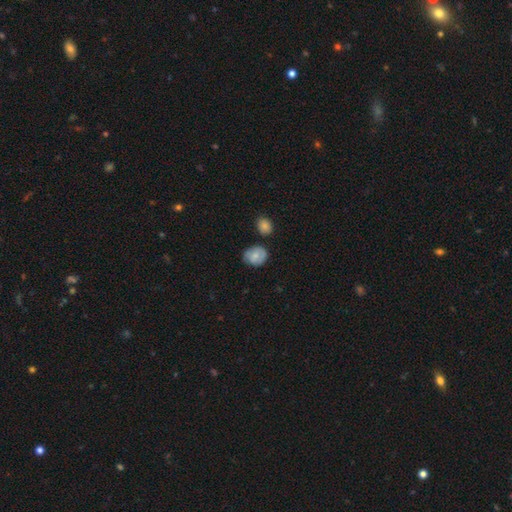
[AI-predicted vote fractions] smooth 68%, featured or disk 24%, star or artifact 7%. Down the decision tree: how rounded — round (56%); merging — none (65%).